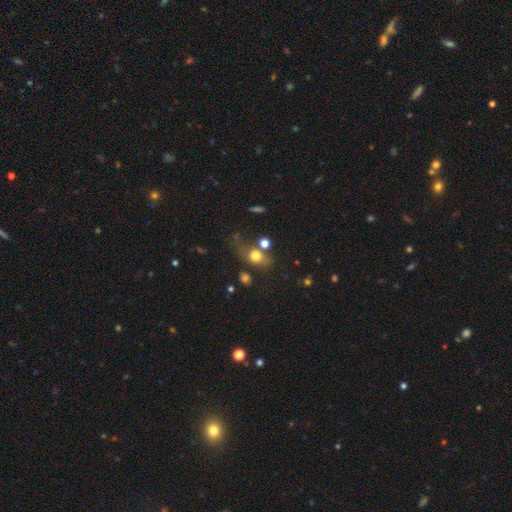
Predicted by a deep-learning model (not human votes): Smooth or featured? Predicted: smooth (p=0.73). How rounded? Predicted: in between (p=0.51). Merging? Predicted: none (p=0.50).